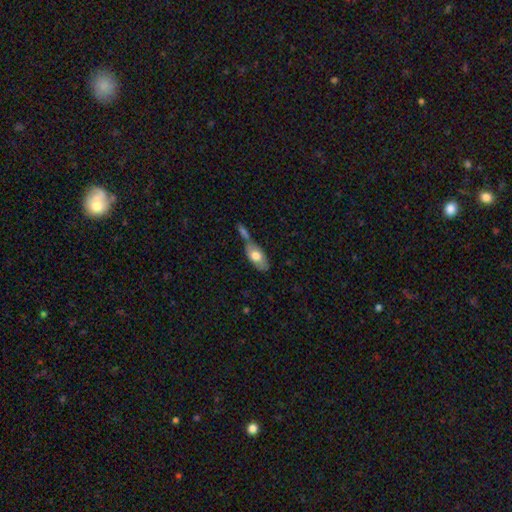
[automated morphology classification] Q: Smooth or featured?
A: smooth (68%); runner-up: featured or disk (27%)
Q: How rounded?
A: in between (87%); runner-up: cigar-shaped (8%)
Q: Merging?
A: none (42%); runner-up: merger (38%)